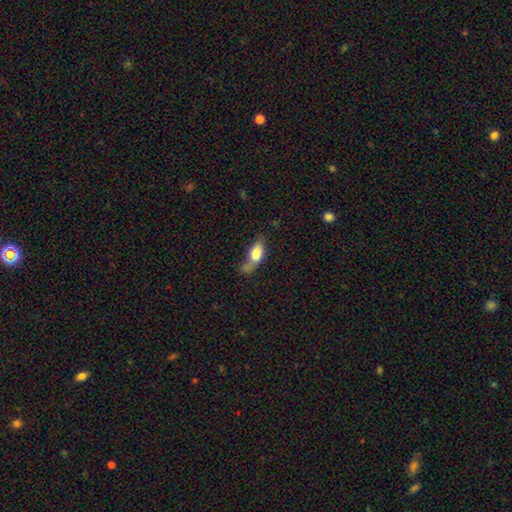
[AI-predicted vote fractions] Q: Smooth or featured?
A: smooth (74%); runner-up: featured or disk (17%)
Q: How rounded?
A: in between (79%); runner-up: cigar-shaped (14%)
Q: Merging?
A: none (28%); tied with: minor disturbance (28%)